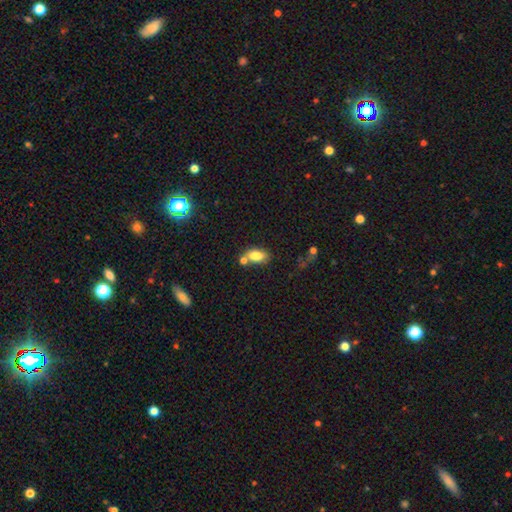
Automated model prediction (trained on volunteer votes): smooth 80%, featured or disk 11%, star or artifact 9%. Down the decision tree: how rounded — in between (88%); merging — none (52%).